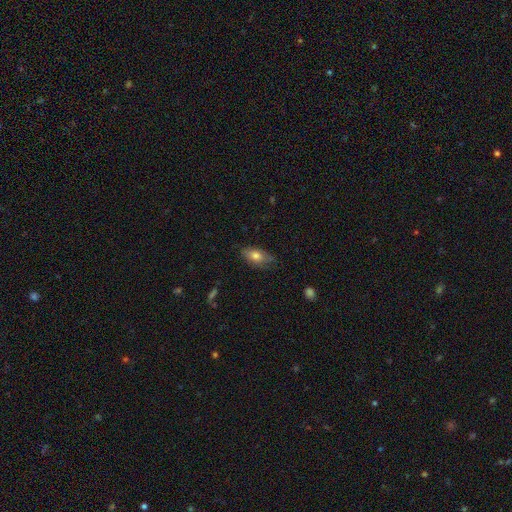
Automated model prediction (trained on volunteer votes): Overall: smooth (72%). How rounded: in between (87%). Merging: none (69%).